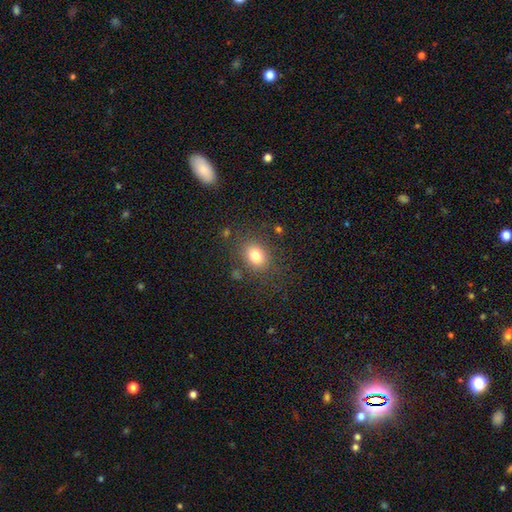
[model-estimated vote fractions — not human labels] This is likely a smooth galaxy (80%). How rounded: possibly in between (60%). Merging: likely none (79%).